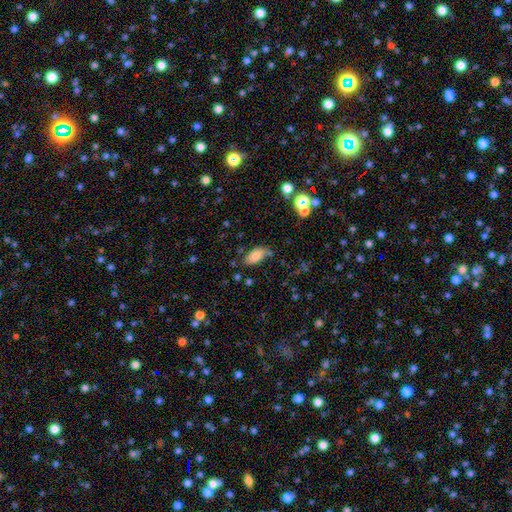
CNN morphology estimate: Smooth or featured? smooth (79%)
How rounded? in between (91%)
Merging? none (72%)